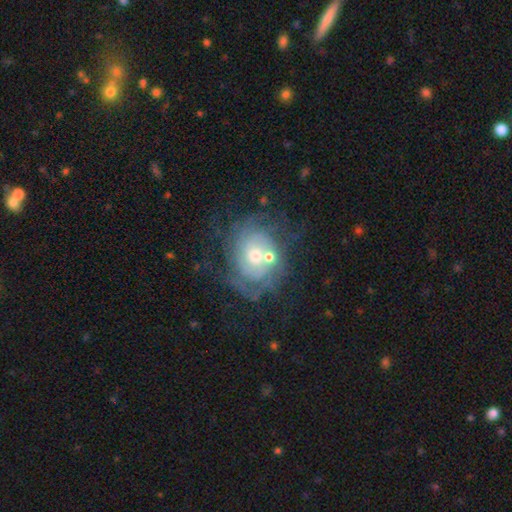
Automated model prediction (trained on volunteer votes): Smooth or featured? featured or disk (79%)
Edge-on disk? no (97%)
Bar? no (76%)
Spiral arms? yes (89%)
Spiral winding? tight (70%)
Spiral arm count? can't tell (45%)
Bulge size? moderate (51%)
Merging? none (60%)